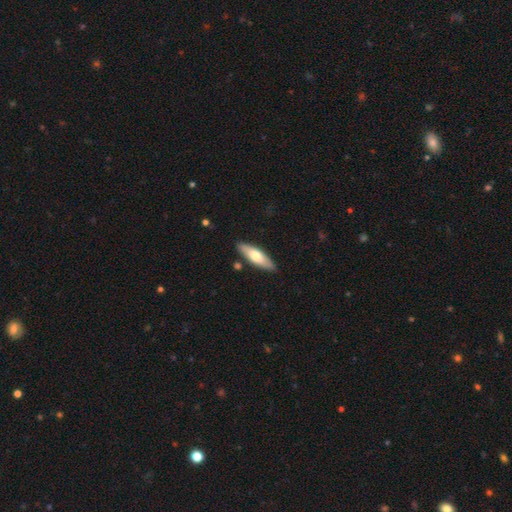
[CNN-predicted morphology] type=smooth (64%); roundness=in between (49%, tied with cigar-shaped); merging=none (86%).